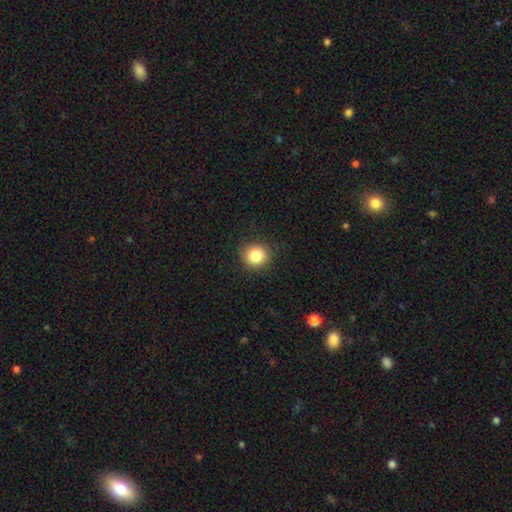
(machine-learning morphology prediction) smooth_or_featured: smooth (p=0.84) [alt: star or artifact p=0.10]
how_rounded: round (p=0.87) [alt: in between p=0.12]
merging: none (p=0.89) [alt: minor disturbance p=0.07]